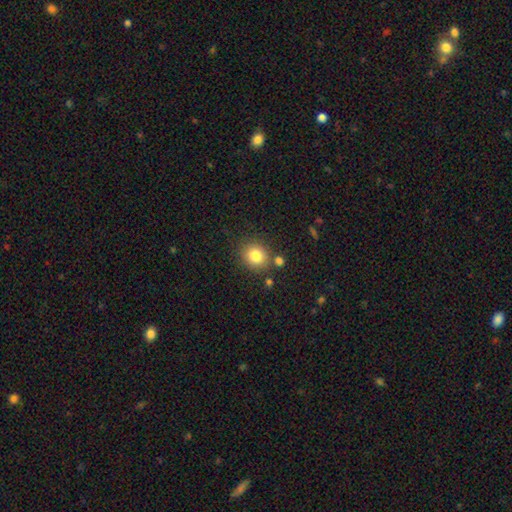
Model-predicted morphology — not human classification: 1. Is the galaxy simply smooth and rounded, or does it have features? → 82% smooth, 11% star or artifact, 7% featured or disk.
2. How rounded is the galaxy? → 82% round, 17% in between, 1% cigar-shaped.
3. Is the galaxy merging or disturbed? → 80% none, 10% minor disturbance, 8% merger, 3% major disturbance.